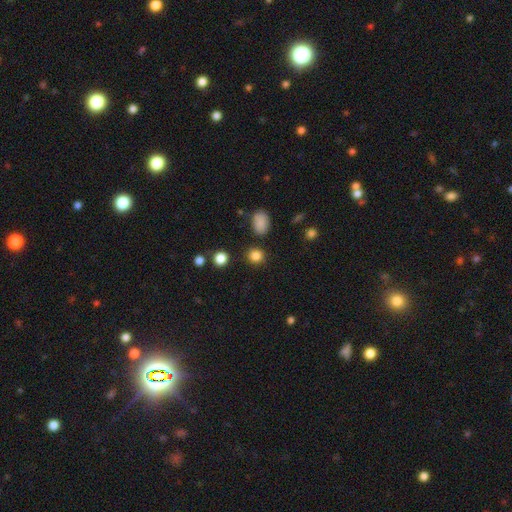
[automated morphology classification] This appears to be a smooth galaxy with no disk features (84%) that is round (84%). Merging: none (87%).